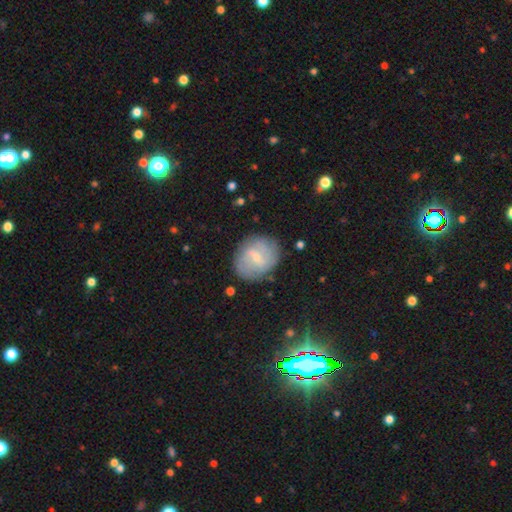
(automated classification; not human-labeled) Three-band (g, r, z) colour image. It shows a featured or disk galaxy (56%) with a weak bar (59%), spiral arms (75%) and a small central bulge (72%). Merging: none (78%).